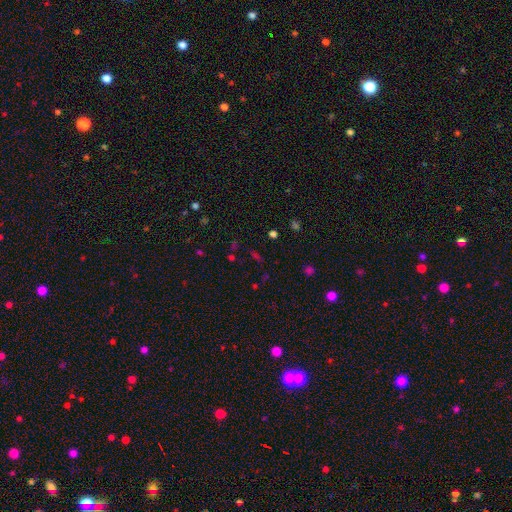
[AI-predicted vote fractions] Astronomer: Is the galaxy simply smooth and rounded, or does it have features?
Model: star or artifact — 50% (runner-up: smooth, 40%).